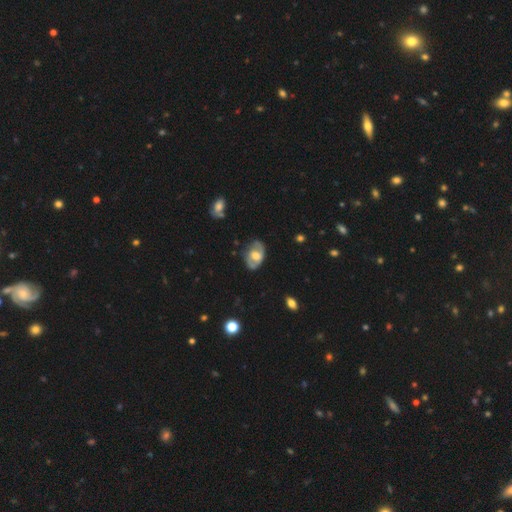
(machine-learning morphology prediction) Q: Smooth or featured?
A: featured or disk (60%); runner-up: smooth (34%)
Q: Edge-on disk?
A: no (93%); runner-up: yes (7%)
Q: Bar?
A: no (54%); runner-up: weak (36%)
Q: Spiral arms?
A: yes (59%); runner-up: no (41%)
Q: Bulge size?
A: moderate (61%); runner-up: large (24%)
Q: Merging?
A: none (68%); runner-up: minor disturbance (23%)